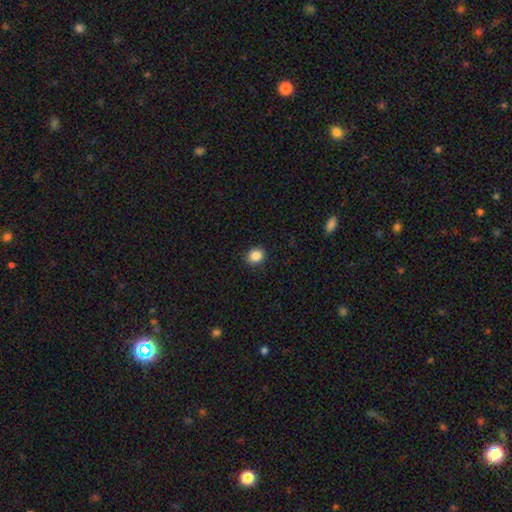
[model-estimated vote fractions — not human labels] A smooth galaxy with no disk features (87%) that is round (71%).

Vote fractions:
- Smooth or featured? smooth: 87% / star or artifact: 10% / featured or disk: 3%
- How rounded? round: 71% / in between: 28% / cigar-shaped: 1%
- Merging? none: 89% / minor disturbance: 8% / major disturbance: 2% / merger: 1%